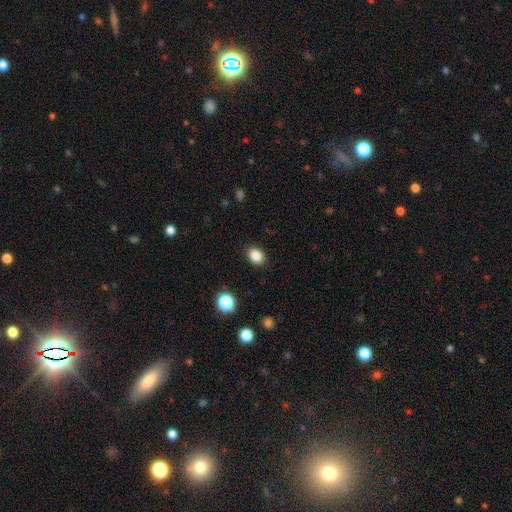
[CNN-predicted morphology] Smooth or featured?
  - smooth: 86% *
  - star or artifact: 10%
  - featured or disk: 4%
How rounded?
  - in between: 58% *
  - round: 41%
  - cigar-shaped: 1%
Merging?
  - none: 89% *
  - minor disturbance: 8%
  - major disturbance: 2%
  - merger: 1%